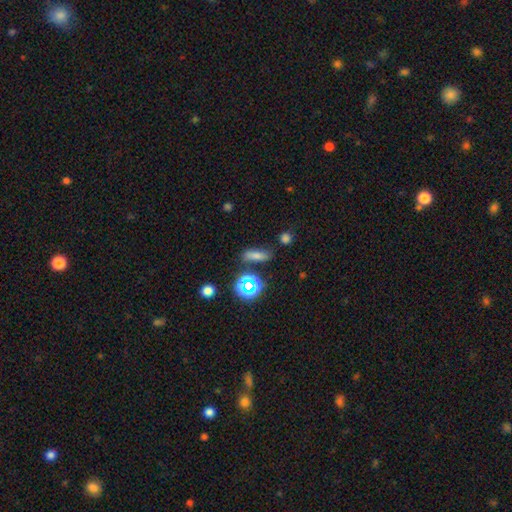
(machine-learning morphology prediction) smooth 68%, star or artifact 20%, featured or disk 12%. Down the decision tree: how rounded — in between (47%); merging — none (73%).